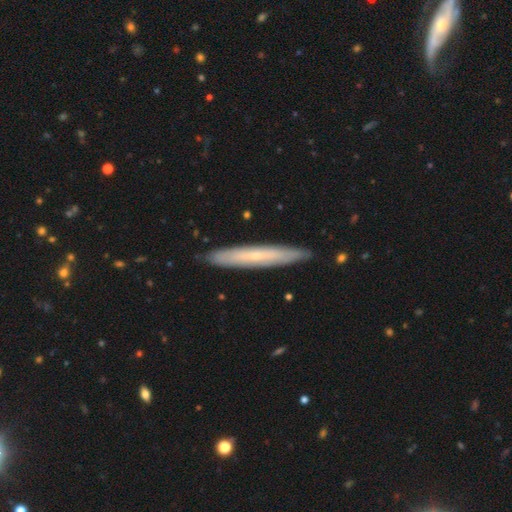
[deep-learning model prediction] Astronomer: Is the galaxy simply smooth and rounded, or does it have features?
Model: featured or disk — 52% (runner-up: smooth, 42%).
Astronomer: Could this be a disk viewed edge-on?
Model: yes — 82%.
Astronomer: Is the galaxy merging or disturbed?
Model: none — 89%.